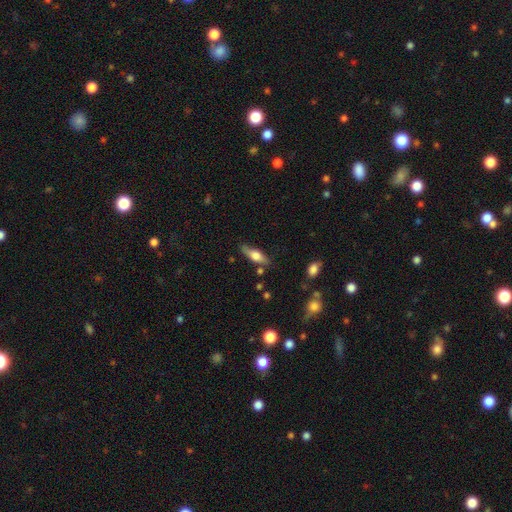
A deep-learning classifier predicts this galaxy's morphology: smooth 53%, featured or disk 41%, star or artifact 7%. Down the decision tree: how rounded — in between (49%); merging — none (74%).